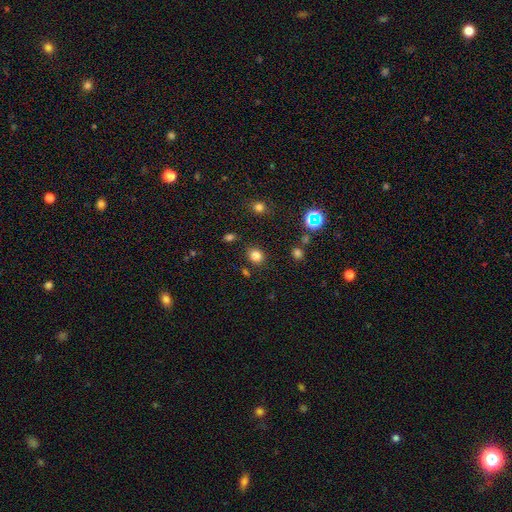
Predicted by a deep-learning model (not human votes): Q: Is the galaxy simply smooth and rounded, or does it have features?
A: smooth — 80%.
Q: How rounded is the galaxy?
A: round — 62%.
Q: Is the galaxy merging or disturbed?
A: none — 83%.